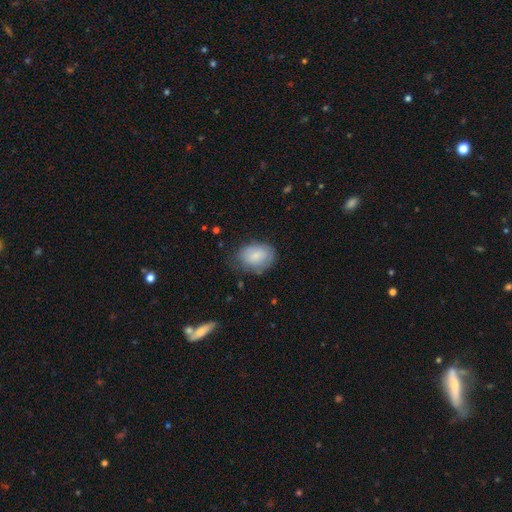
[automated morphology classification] Q: Smooth or featured?
A: smooth (80%); runner-up: featured or disk (14%)
Q: How rounded?
A: in between (74%); runner-up: round (25%)
Q: Merging?
A: none (63%); runner-up: minor disturbance (27%)